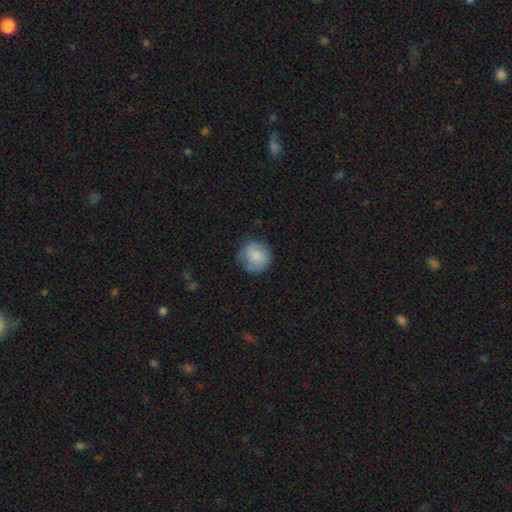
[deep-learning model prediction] Overall: smooth (76%). How rounded: round (87%). Merging: none (67%).